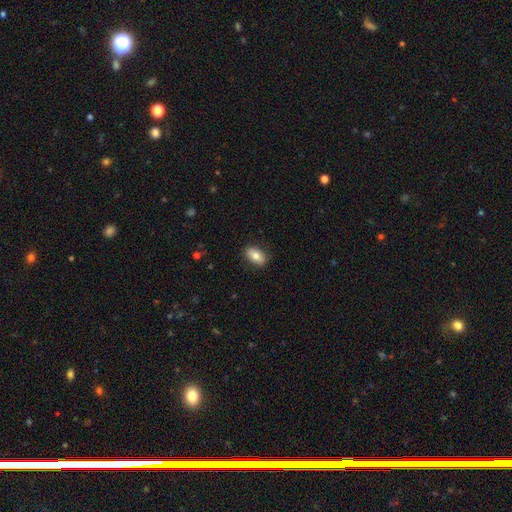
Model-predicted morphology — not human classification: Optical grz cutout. It shows a smooth galaxy with no disk features (79%) that is in between round and cigar-shaped (90%). Merging: none (87%).